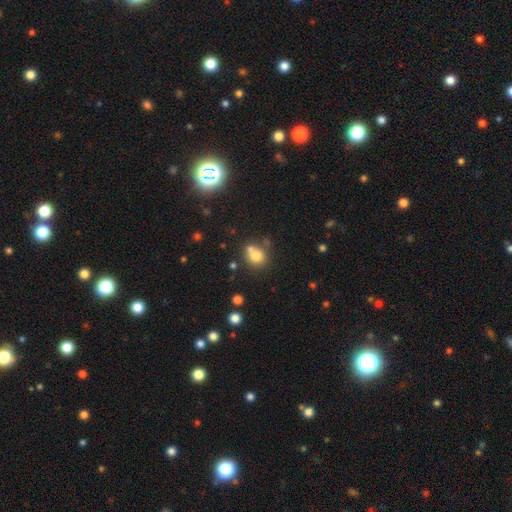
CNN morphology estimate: smooth_or_featured: smooth (p=0.76) [alt: star or artifact p=0.13]
how_rounded: round (p=0.79) [alt: in between p=0.21]
merging: none (p=0.54) [alt: merger p=0.29]